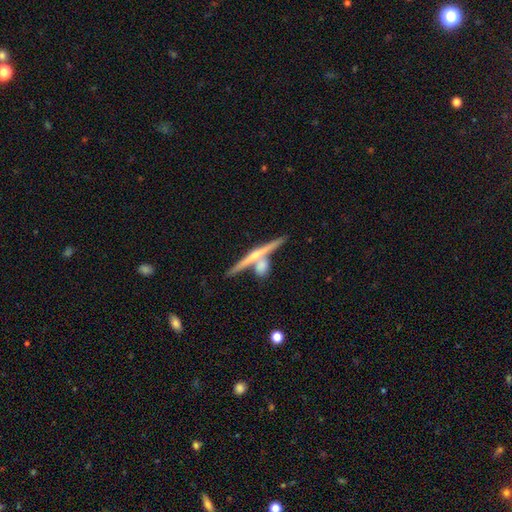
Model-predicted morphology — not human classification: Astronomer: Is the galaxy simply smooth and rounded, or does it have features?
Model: featured or disk — 72%.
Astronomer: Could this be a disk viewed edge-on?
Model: yes — 96%.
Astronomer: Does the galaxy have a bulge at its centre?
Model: rounded — 73%.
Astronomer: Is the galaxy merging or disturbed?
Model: none — 62%.